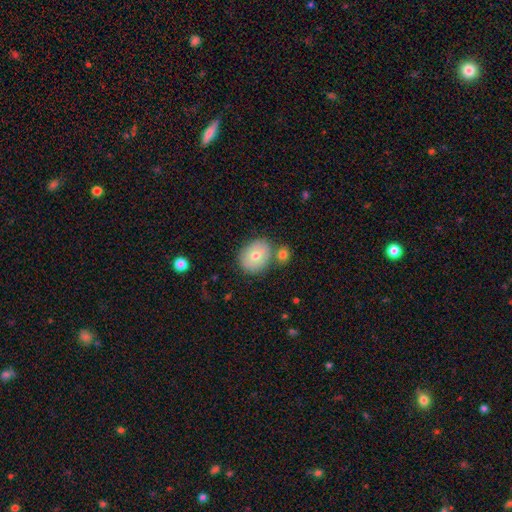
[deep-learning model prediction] Smooth or featured: smooth — 69% (featured or disk — 23%)
How rounded: round — 51% (in between — 48%)
Merging: none — 62% (merger — 20%)